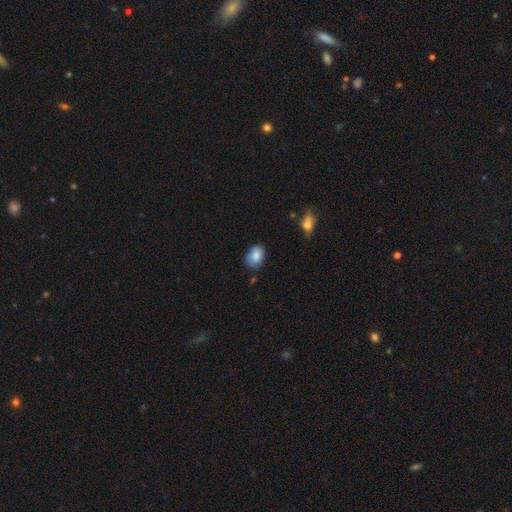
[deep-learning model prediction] smooth_or_featured: smooth (p=0.85) [alt: featured or disk p=0.08]
how_rounded: in between (p=0.83) [alt: round p=0.16]
merging: none (p=0.76) [alt: minor disturbance p=0.19]